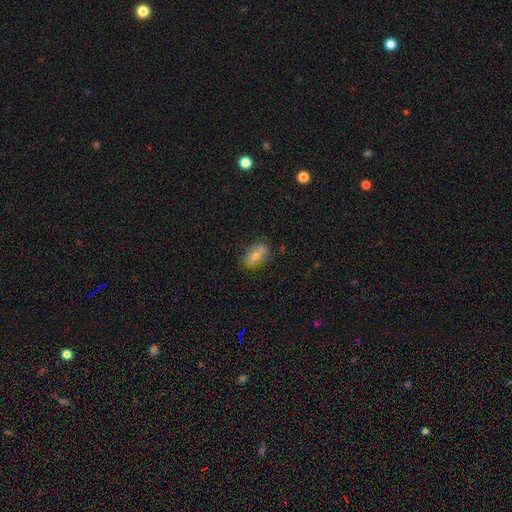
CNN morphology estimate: This is possibly a smooth galaxy (54%). How rounded: clearly in between (81%). Merging: likely none (76%).